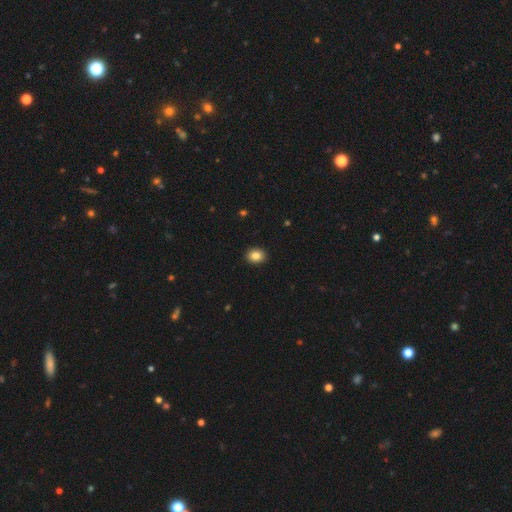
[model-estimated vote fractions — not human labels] This appears to be a smooth galaxy with no disk features (86%) that is round (52%). Merging: none (92%).